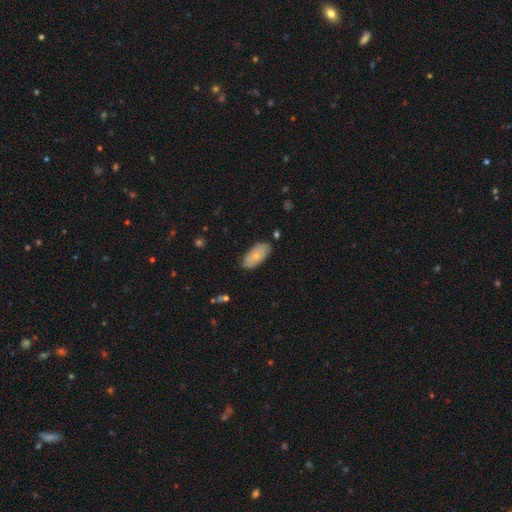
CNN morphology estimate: type=smooth (75%); roundness=in between (90%); merging=none (81%).